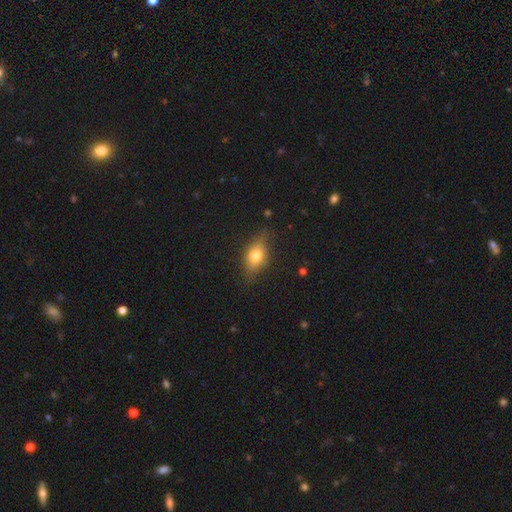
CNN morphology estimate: Smooth or featured: smooth — 69% (featured or disk — 21%)
How rounded: in between — 76% (round — 15%)
Merging: none — 72% (minor disturbance — 22%)